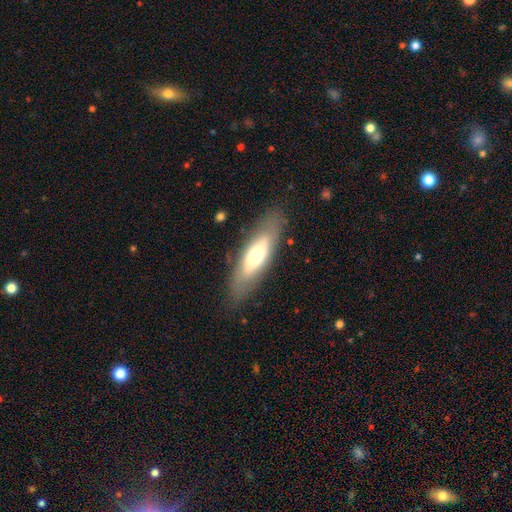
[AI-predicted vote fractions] Smooth or featured?
  - smooth: 59% *
  - featured or disk: 35%
  - star or artifact: 6%
How rounded?
  - in between: 49% * (tied)
  - cigar-shaped: 49% * (tied)
  - round: 2%
Merging?
  - none: 83% *
  - minor disturbance: 12%
  - major disturbance: 4%
  - merger: 1%